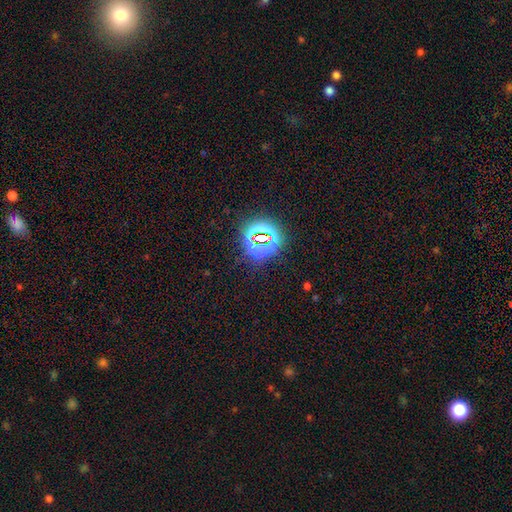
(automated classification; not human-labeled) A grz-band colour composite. It shows a star or artifact, not a galaxy (81%).